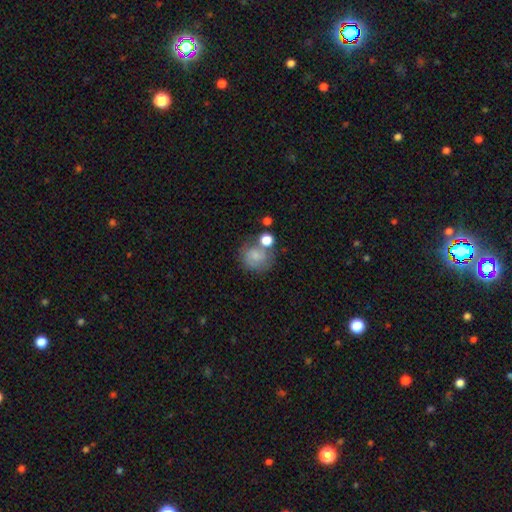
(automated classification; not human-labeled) smooth-or-featured: smooth: 65% | featured or disk: 24% | star or artifact: 10%
  how-rounded: round: 78% | in between: 21% | cigar-shaped: 1%
  merging: none: 48% | merger: 23% | minor disturbance: 18% | major disturbance: 10%